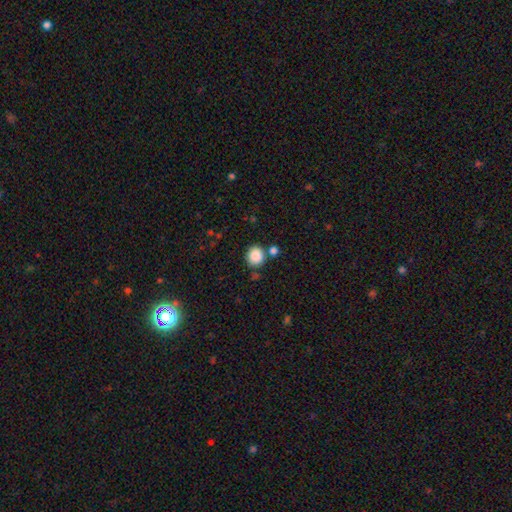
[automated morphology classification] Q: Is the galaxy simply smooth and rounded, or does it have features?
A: smooth — 87%.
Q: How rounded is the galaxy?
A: round — 85%.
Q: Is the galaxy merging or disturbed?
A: none — 76%.